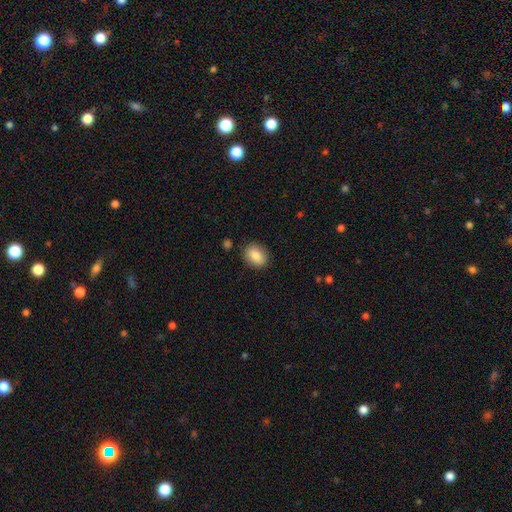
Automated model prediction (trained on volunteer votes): Smooth or featured? Predicted: smooth (p=0.85). How rounded? Predicted: in between (p=0.68). Merging? Predicted: none (p=0.87).